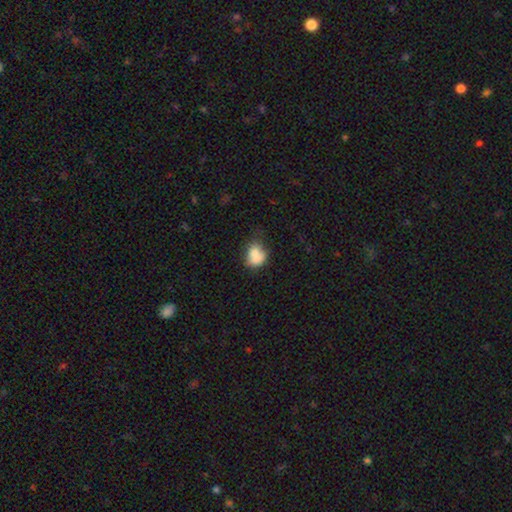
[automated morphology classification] This is likely a smooth galaxy (77%). How rounded: possibly in between (55%). Merging: marginally none (38%).